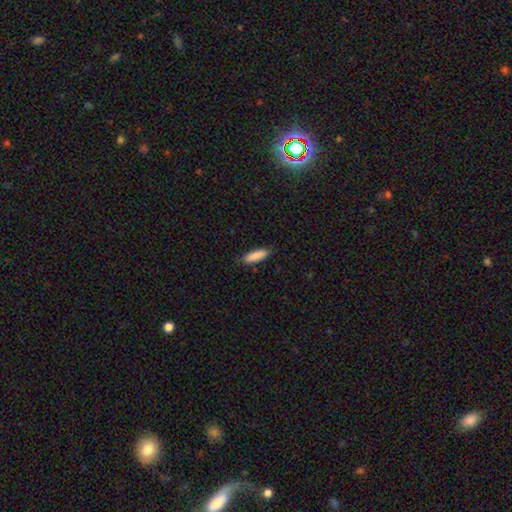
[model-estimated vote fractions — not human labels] Smooth or featured? Predicted: smooth (p=0.89). How rounded? Predicted: cigar-shaped (p=0.52). Merging? Predicted: none (p=0.87).